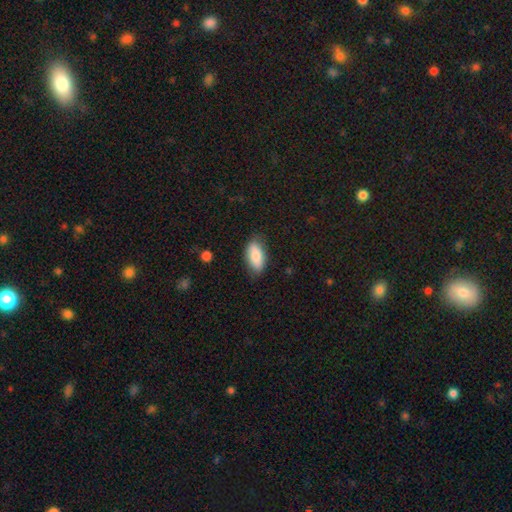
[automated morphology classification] Smooth or featured?
  - smooth: 83% *
  - featured or disk: 11%
  - star or artifact: 6%
How rounded?
  - in between: 88% *
  - cigar-shaped: 9%
  - round: 3%
Merging?
  - none: 80% *
  - minor disturbance: 15%
  - major disturbance: 3%
  - merger: 1%